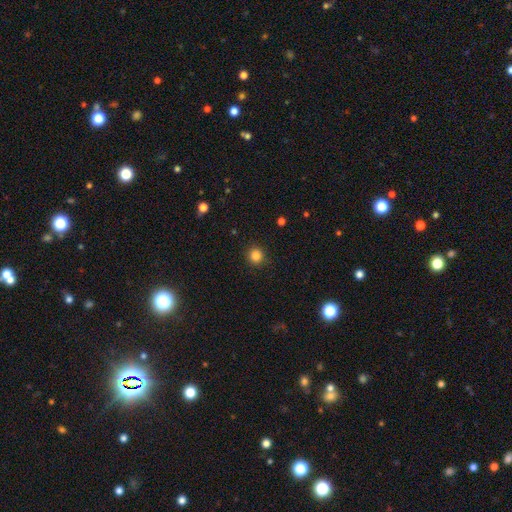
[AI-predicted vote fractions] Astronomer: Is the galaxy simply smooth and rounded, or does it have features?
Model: smooth — 84%.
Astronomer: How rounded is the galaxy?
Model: round — 94%.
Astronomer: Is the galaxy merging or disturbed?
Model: none — 91%.